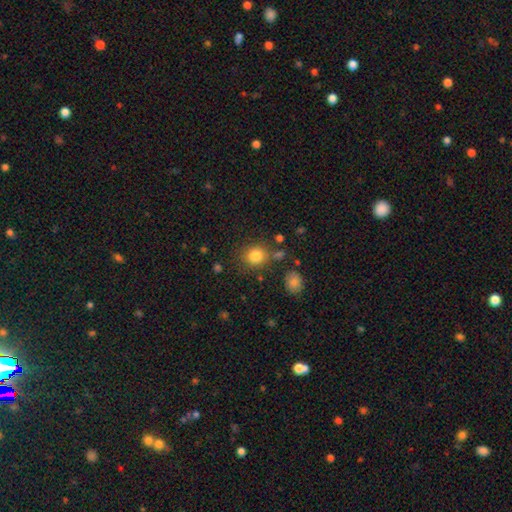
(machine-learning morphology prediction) A smooth galaxy with no disk features (83%) that is round (82%). Merging: none (77%).